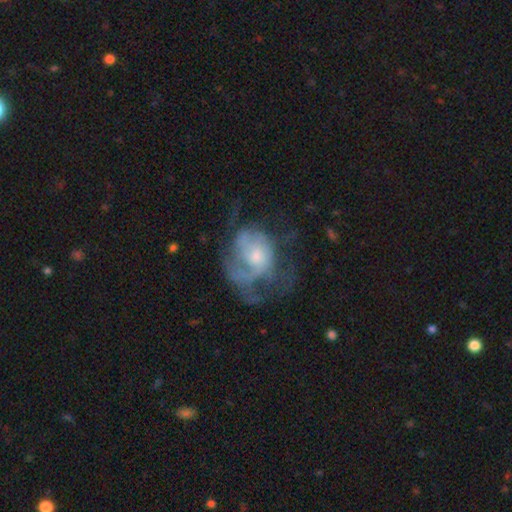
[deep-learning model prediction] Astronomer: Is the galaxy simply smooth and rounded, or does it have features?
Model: featured or disk — 67%.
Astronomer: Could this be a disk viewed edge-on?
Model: no — 97%.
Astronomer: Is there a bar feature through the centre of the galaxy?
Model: no — 75%.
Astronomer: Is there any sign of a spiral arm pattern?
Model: yes — 67%.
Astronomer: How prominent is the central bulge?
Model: moderate — 44% (runner-up: small, 41%).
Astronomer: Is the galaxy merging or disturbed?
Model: major disturbance — 45% (runner-up: none, 32%).